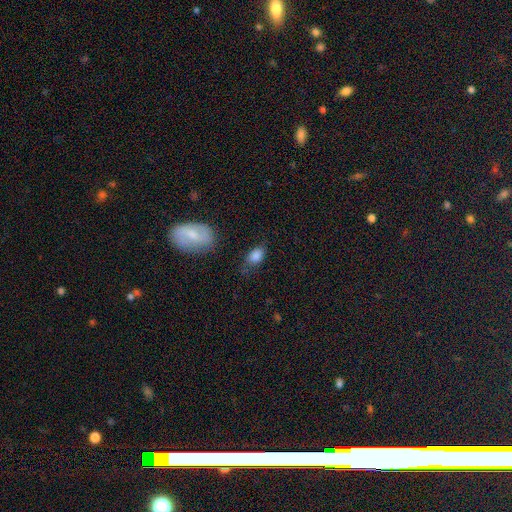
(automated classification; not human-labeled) smooth_or_featured: smooth (p=0.84) [alt: star or artifact p=0.09]
how_rounded: in between (p=0.87) [alt: round p=0.11]
merging: none (p=0.67) [alt: minor disturbance p=0.23]